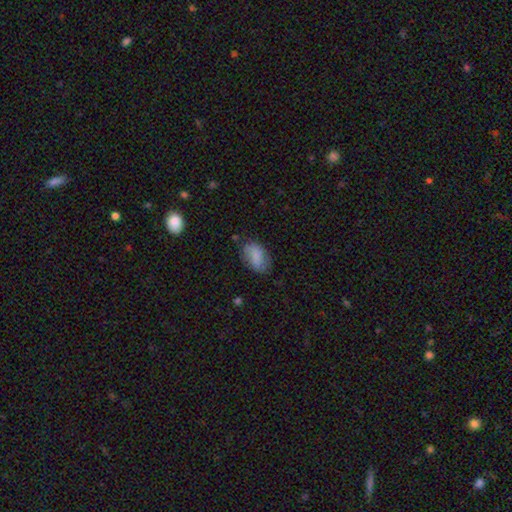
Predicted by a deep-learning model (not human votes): Smooth or featured?
  - smooth: 72% *
  - featured or disk: 20%
  - star or artifact: 8%
How rounded?
  - in between: 89% *
  - round: 9%
  - cigar-shaped: 2%
Merging?
  - none: 65% *
  - minor disturbance: 25%
  - major disturbance: 8%
  - merger: 2%